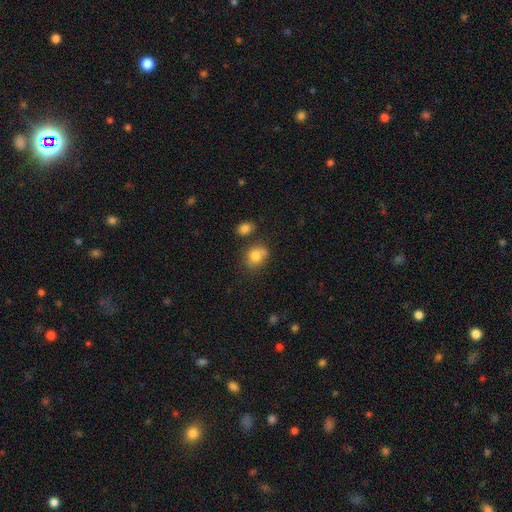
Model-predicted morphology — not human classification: Smooth or featured? smooth (78%)
How rounded? in between (51%)
Merging? none (56%)